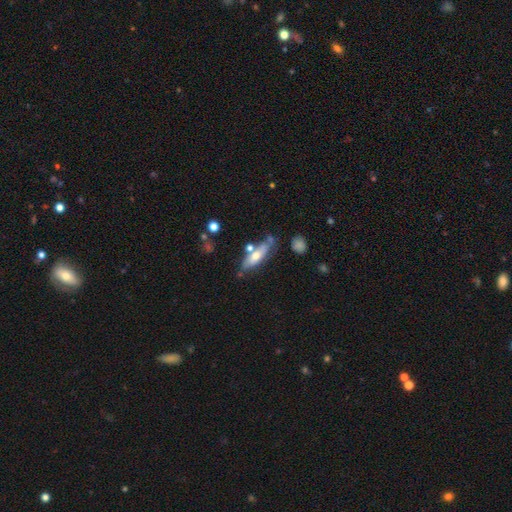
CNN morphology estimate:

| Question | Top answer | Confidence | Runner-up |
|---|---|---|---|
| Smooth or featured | smooth | 53% | featured or disk (40%) |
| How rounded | in between | 54% | cigar-shaped (43%) |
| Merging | none | 55% | minor disturbance (22%) |